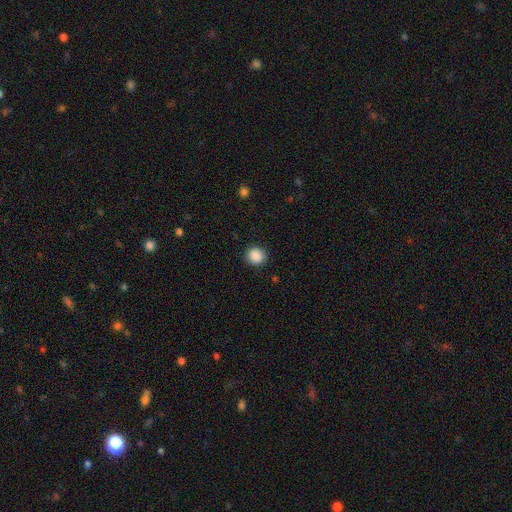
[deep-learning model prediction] This is clearly a smooth galaxy (88%). How rounded: clearly round (90%). Merging: clearly none (90%).